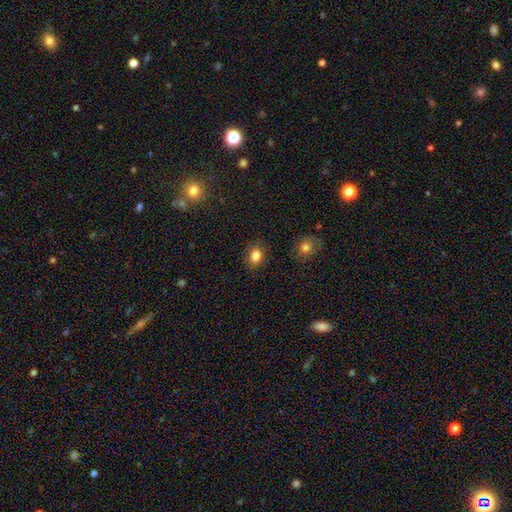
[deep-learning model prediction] Morphology: type=smooth (84%); roundness=round (50%); merging=none (87%).